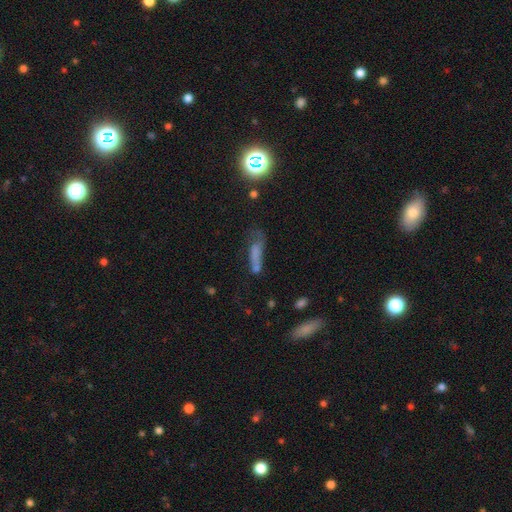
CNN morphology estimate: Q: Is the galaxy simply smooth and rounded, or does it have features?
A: smooth — 54%.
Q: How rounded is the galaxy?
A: cigar-shaped — 58%.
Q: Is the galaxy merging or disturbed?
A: none — 34%.